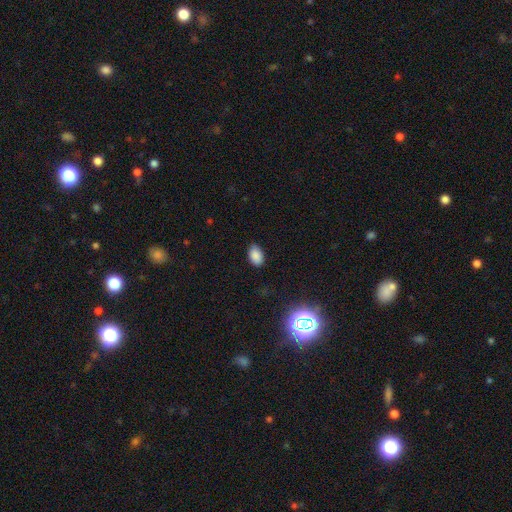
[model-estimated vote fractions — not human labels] This appears to be a smooth galaxy with no disk features (84%) that is in between round and cigar-shaped (90%). Merging: none (83%).